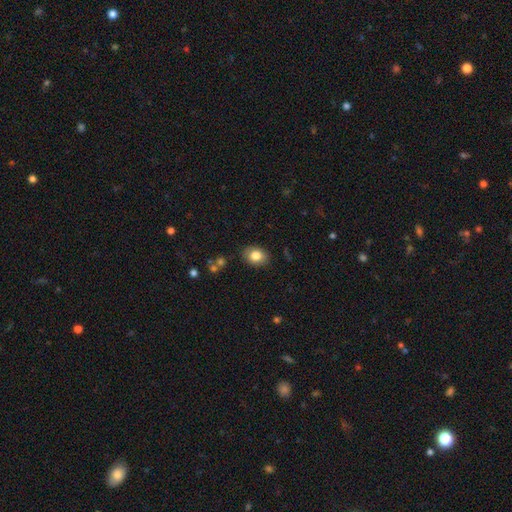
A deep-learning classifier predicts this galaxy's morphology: smooth-or-featured: smooth: 82% | featured or disk: 10% | star or artifact: 9%
  how-rounded: in between: 62% | round: 37% | cigar-shaped: 1%
  merging: none: 87% | minor disturbance: 10% | major disturbance: 2% | merger: 2%